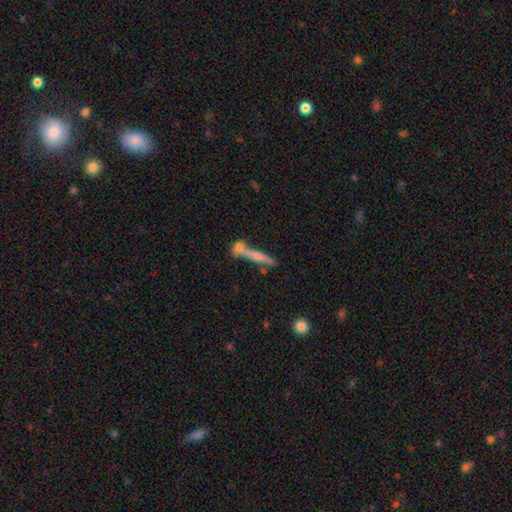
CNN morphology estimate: Smooth or featured: smooth — 56% (featured or disk — 36%)
How rounded: cigar-shaped — 90% (in between — 8%)
Merging: none — 54% (merger — 30%)